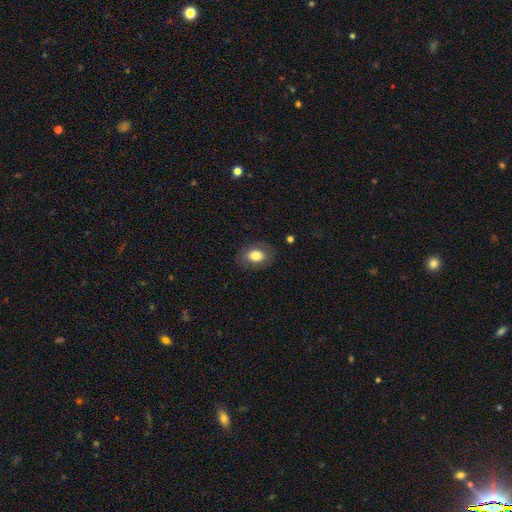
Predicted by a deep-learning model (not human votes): Smooth or featured? smooth (78%)
How rounded? in between (68%)
Merging? none (82%)